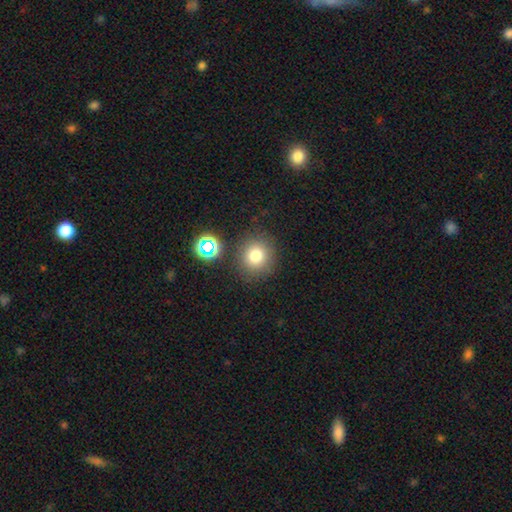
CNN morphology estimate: smooth-or-featured: smooth: 77% | star or artifact: 15% | featured or disk: 8%
  how-rounded: round: 89% | in between: 10% | cigar-shaped: 1%
  merging: none: 83% | minor disturbance: 9% | merger: 5% | major disturbance: 4%